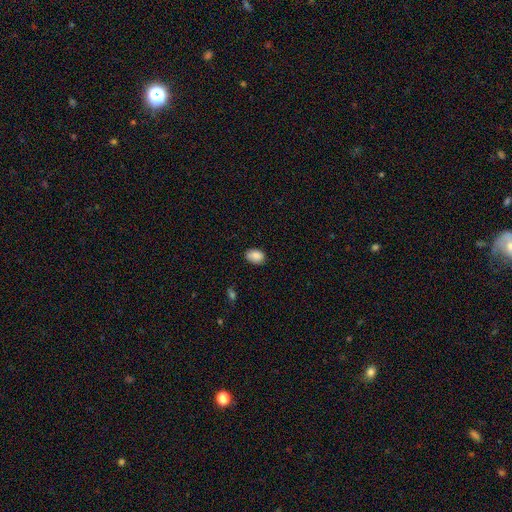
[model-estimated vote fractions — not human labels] A smooth galaxy with no disk features (87%) that is in between round and cigar-shaped (80%). Merging: none (80%).